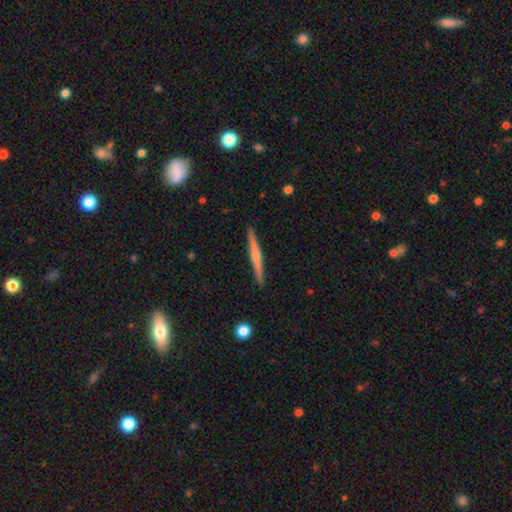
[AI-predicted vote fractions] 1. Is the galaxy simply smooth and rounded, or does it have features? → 58% featured or disk, 37% smooth, 5% star or artifact.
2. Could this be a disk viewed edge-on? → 98% yes, 2% no.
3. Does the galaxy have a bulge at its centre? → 51% rounded, 40% none, 9% boxy.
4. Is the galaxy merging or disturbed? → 92% none, 6% minor disturbance, 1% major disturbance, 1% merger.